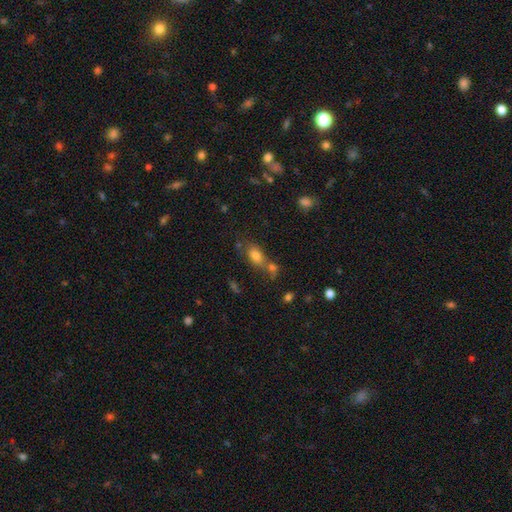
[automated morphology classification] This is likely a smooth galaxy (77%). How rounded: clearly in between (84%). Merging: marginally none (44%).